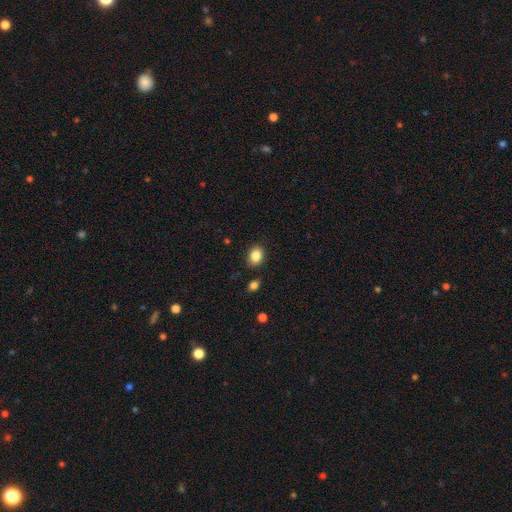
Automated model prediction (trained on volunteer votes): This appears to be a smooth galaxy with no disk features (86%) that is in between round and cigar-shaped (58%). Merging: none (84%).